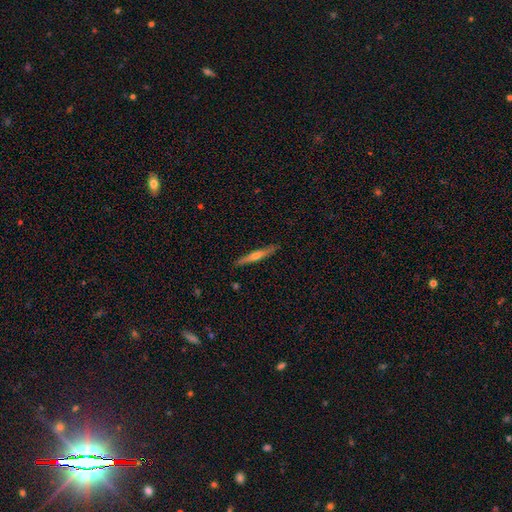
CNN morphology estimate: Smooth or featured: featured or disk — 62% (smooth — 32%)
Edge-on disk: yes — 97% (no — 3%)
Edge-on bulge: rounded — 82% (none — 13%)
Merging: none — 89% (minor disturbance — 8%)